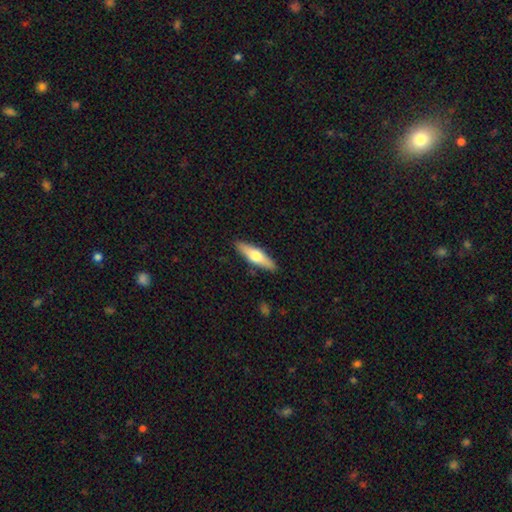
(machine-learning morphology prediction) type=smooth (50%); merging=none (89%).